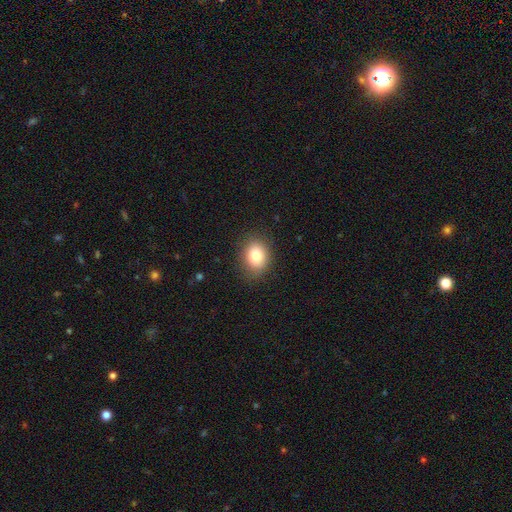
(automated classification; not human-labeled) Q: Smooth or featured?
A: smooth (82%); runner-up: star or artifact (9%)
Q: How rounded?
A: in between (59%); runner-up: round (40%)
Q: Merging?
A: none (85%); runner-up: minor disturbance (11%)